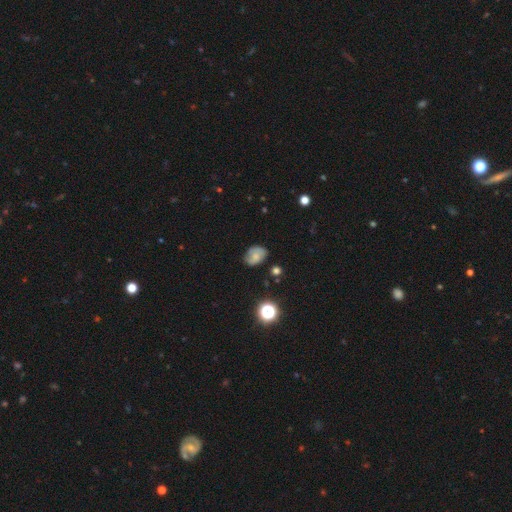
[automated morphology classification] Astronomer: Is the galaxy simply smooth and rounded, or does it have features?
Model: smooth — 57%.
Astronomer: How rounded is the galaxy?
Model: in between — 69%.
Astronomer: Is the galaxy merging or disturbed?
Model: none — 67%.